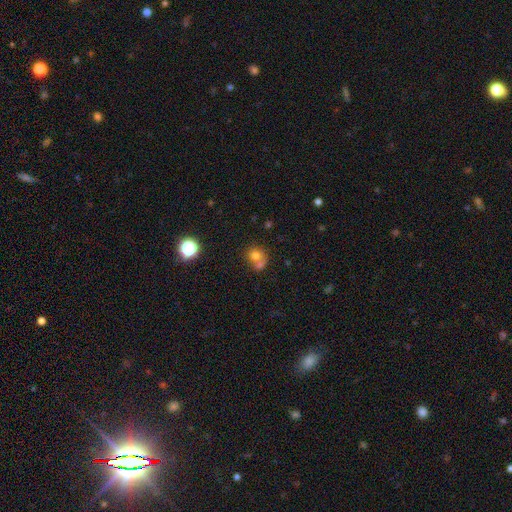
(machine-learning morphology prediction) Overall: smooth (71%). How rounded: round (79%). Merging: merger (51%; none 36%).